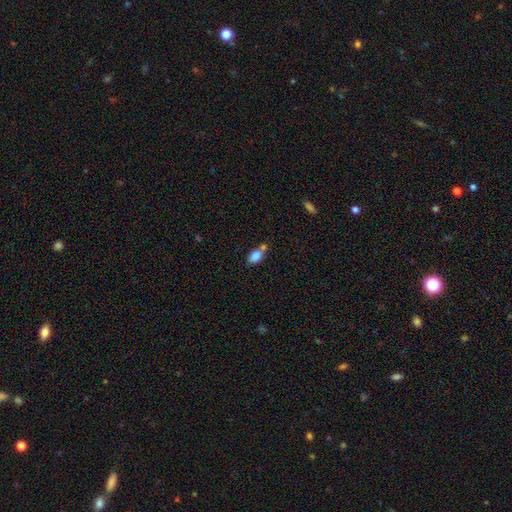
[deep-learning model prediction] smooth-or-featured: smooth: 83% | star or artifact: 9% | featured or disk: 8%
  how-rounded: in between: 85% | round: 11% | cigar-shaped: 4%
  merging: none: 41% | merger: 39% | minor disturbance: 15% | major disturbance: 5%